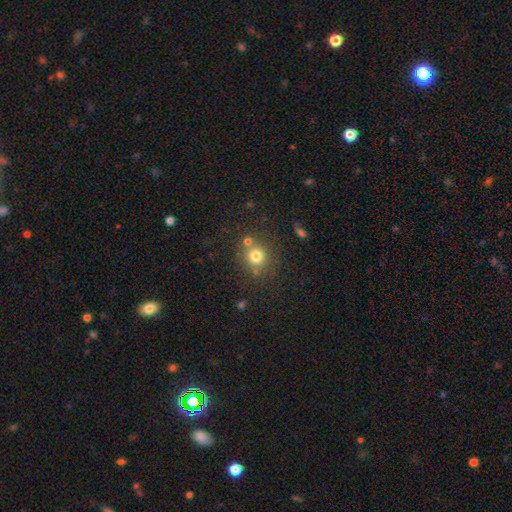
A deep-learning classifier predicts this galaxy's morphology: Smooth or featured: smooth — 76% (star or artifact — 15%)
How rounded: round — 88% (in between — 11%)
Merging: none — 72% (merger — 14%)